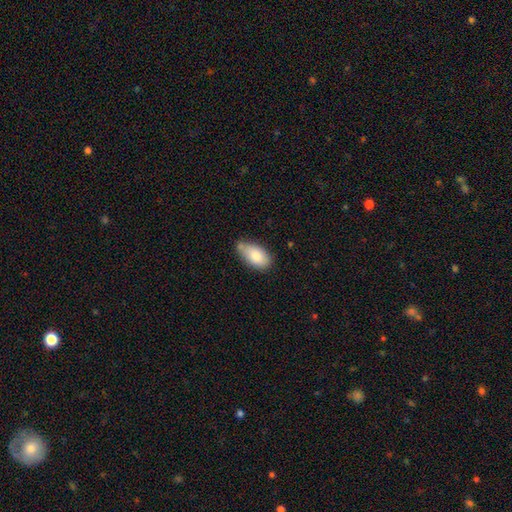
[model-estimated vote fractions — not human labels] Smooth or featured? smooth (83%)
How rounded? in between (93%)
Merging? none (51%)